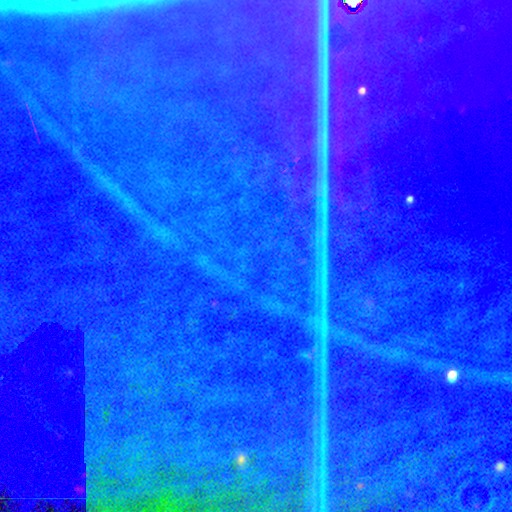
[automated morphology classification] The model was most divided on "smooth or featured": star or artifact: 88%, featured or disk: 7%, smooth: 5%.